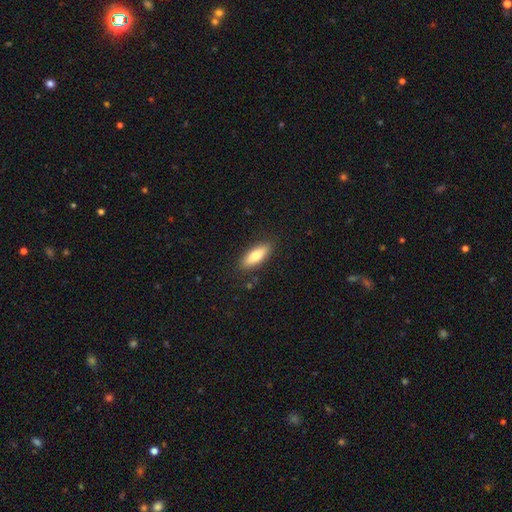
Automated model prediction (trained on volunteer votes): The model was most divided on "how rounded": in between: 62%, cigar-shaped: 36%, round: 2%. More confident: merging — none (86%); smooth or featured — smooth (72%).